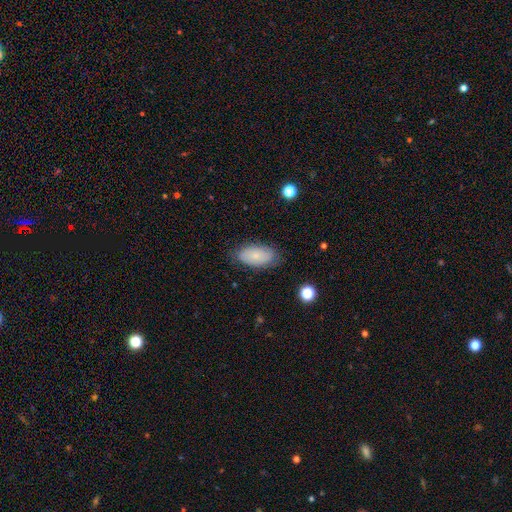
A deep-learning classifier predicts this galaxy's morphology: This appears to be a smooth galaxy with no disk features (72%) that is in between round and cigar-shaped (93%). Merging: none (78%).